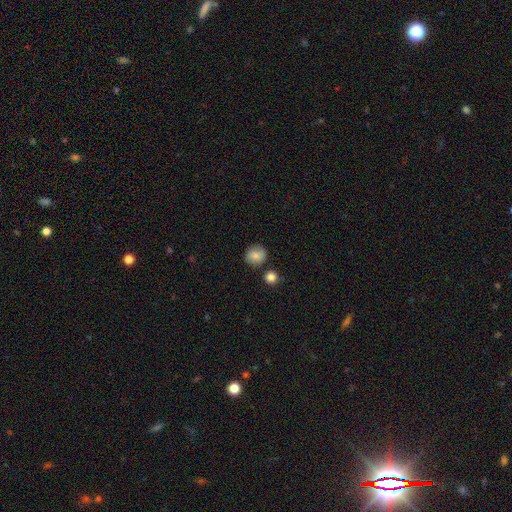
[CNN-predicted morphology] Smooth or featured? Predicted: smooth (p=0.80). How rounded? Predicted: round (p=0.86). Merging? Predicted: none (p=0.80).